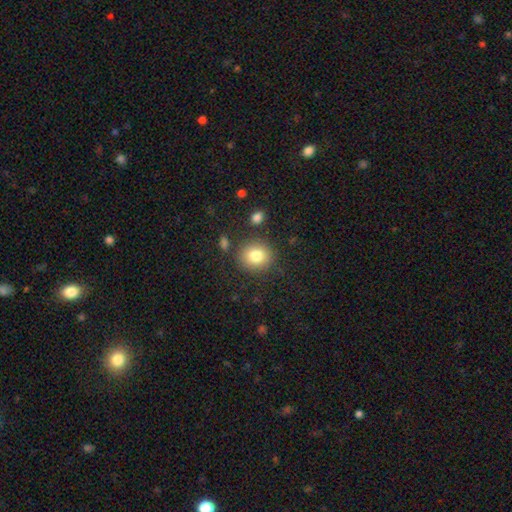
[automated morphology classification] Smooth or featured? Predicted: smooth (p=0.81). How rounded? Predicted: round (p=0.82). Merging? Predicted: none (p=0.84).